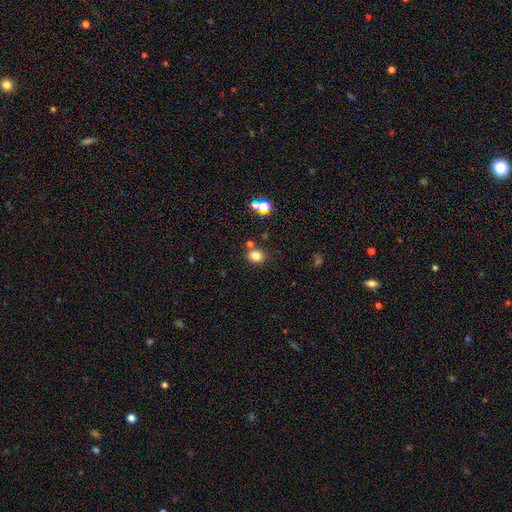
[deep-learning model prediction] Overall: smooth (79%). How rounded: round (64%; in between 36%). Merging: none (78%).